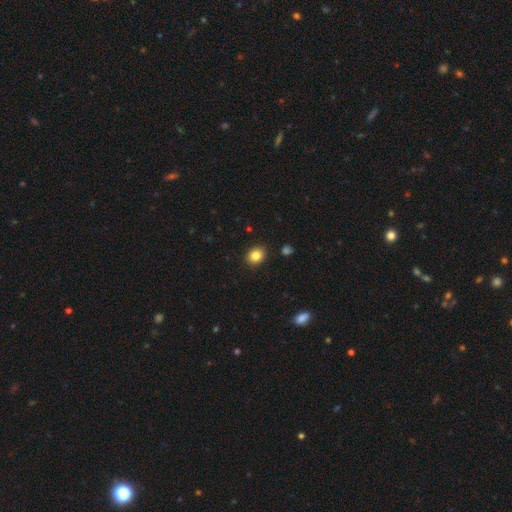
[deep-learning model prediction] Overall: smooth (84%). How rounded: round (56%; in between 44%). Merging: none (89%).